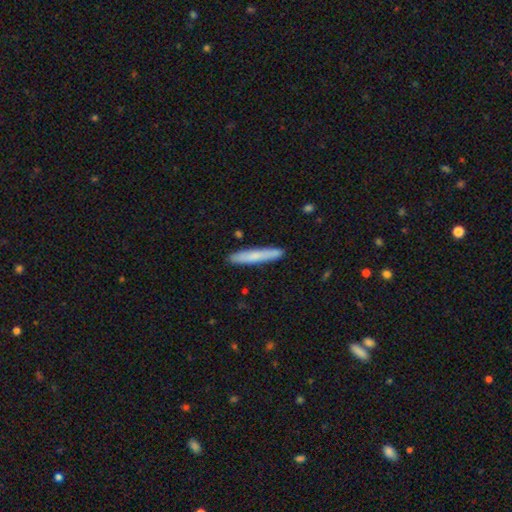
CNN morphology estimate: The model was most divided on "smooth or featured": smooth: 74%, featured or disk: 20%, star or artifact: 6%. More confident: how rounded — cigar-shaped (95%); merging — none (89%).